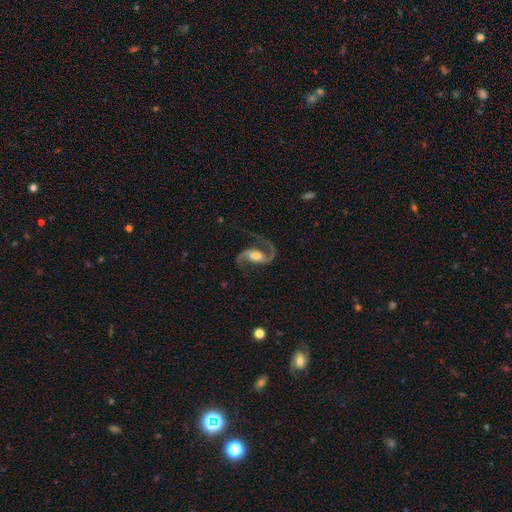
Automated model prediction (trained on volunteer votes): Q: Smooth or featured?
A: featured or disk (92%); runner-up: star or artifact (4%)
Q: Edge-on disk?
A: no (98%); runner-up: yes (2%)
Q: Bar?
A: weak (39%); runner-up: no (34%)
Q: Spiral arms?
A: yes (98%); runner-up: no (2%)
Q: Spiral winding?
A: loose (50%); runner-up: medium (43%)
Q: Spiral arm count?
A: 2 (93%); runner-up: 1 (3%)
Q: Bulge size?
A: moderate (61%); runner-up: small (21%)
Q: Merging?
A: none (77%); runner-up: minor disturbance (12%)